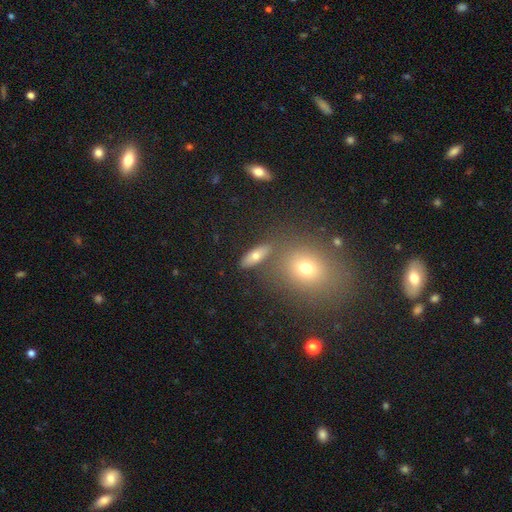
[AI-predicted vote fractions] Smooth or featured: smooth — 64% (featured or disk — 22%)
How rounded: in between — 56% (cigar-shaped — 30%)
Merging: none — 77% (minor disturbance — 10%)